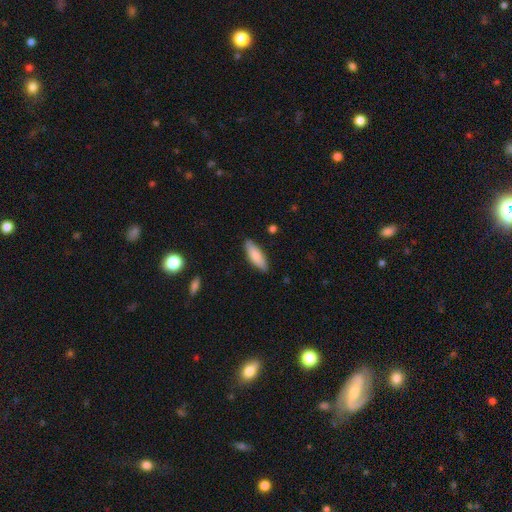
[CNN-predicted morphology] A smooth galaxy with no disk features (82%) that is in between round and cigar-shaped (57%). Merging: none (85%).